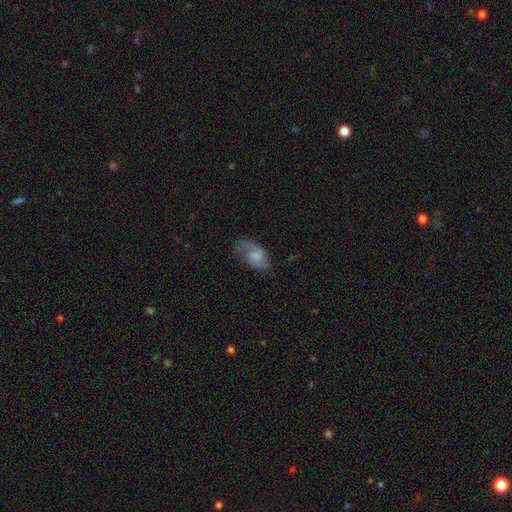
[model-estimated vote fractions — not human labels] Smooth or featured? Predicted: featured or disk (p=0.55). Edge-on disk? Predicted: no (p=0.96). Bar? Predicted: no (p=0.55). Spiral arms? Predicted: yes (p=0.88). Bulge size? Predicted: none (p=0.38). Merging? Predicted: none (p=0.65).